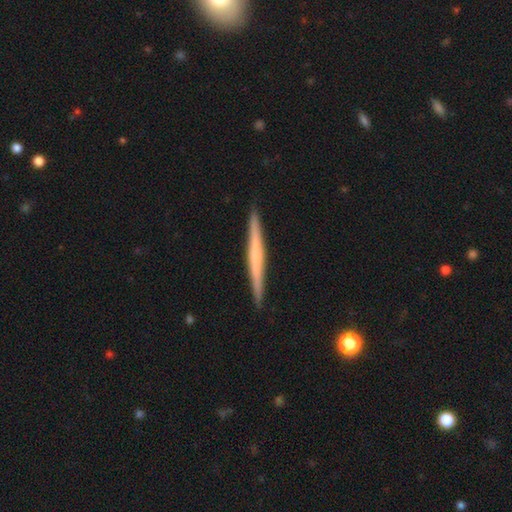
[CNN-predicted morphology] Smooth or featured: featured or disk — 60% (smooth — 34%)
Edge-on disk: yes — 98% (no — 2%)
Edge-on bulge: none — 54% (rounded — 39%)
Merging: none — 92% (minor disturbance — 6%)